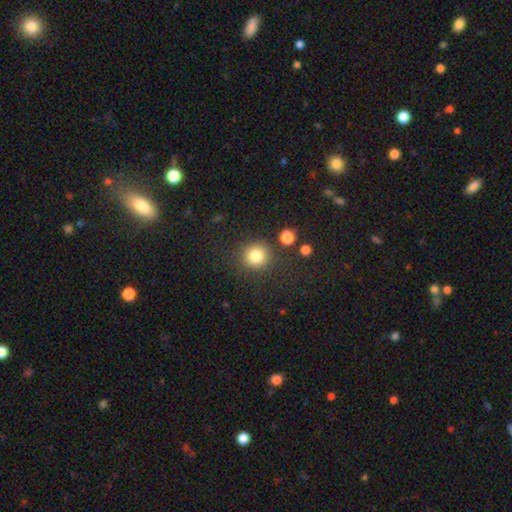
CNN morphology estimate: A smooth galaxy with no disk features (83%) that is round (89%).

Vote fractions:
- Smooth or featured? smooth: 83% / star or artifact: 11% / featured or disk: 6%
- How rounded? round: 89% / in between: 10% / cigar-shaped: 1%
- Merging? none: 82% / minor disturbance: 9% / merger: 5% / major disturbance: 4%